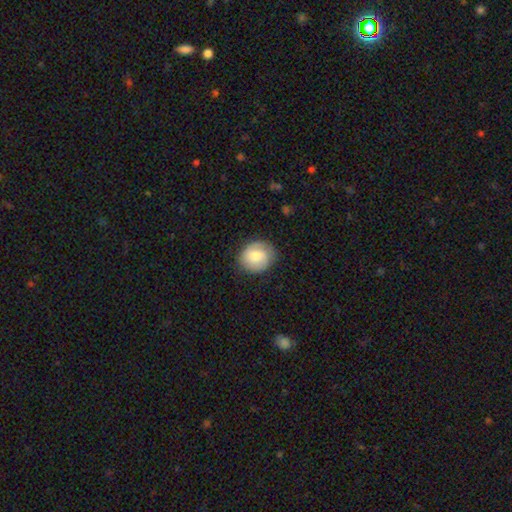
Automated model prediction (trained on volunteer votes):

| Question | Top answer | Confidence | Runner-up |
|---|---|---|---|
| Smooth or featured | smooth | 71% | featured or disk (22%) |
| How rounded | round | 76% | in between (23%) |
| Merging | none | 80% | minor disturbance (15%) |